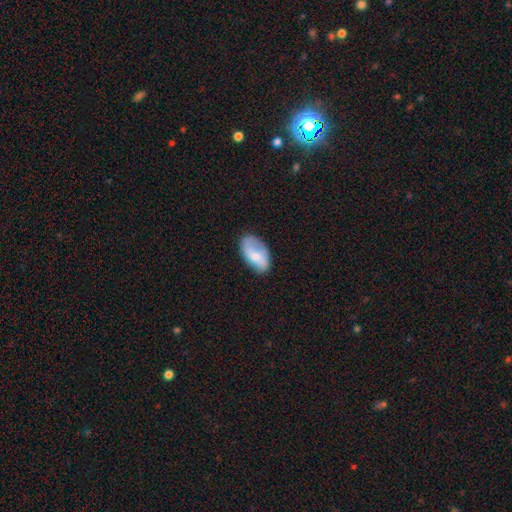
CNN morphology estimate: Smooth or featured?
  - smooth: 65% *
  - featured or disk: 28%
  - star or artifact: 7%
How rounded?
  - in between: 93% *
  - round: 5%
  - cigar-shaped: 2%
Merging?
  - none: 59% *
  - minor disturbance: 28%
  - major disturbance: 10%
  - merger: 2%